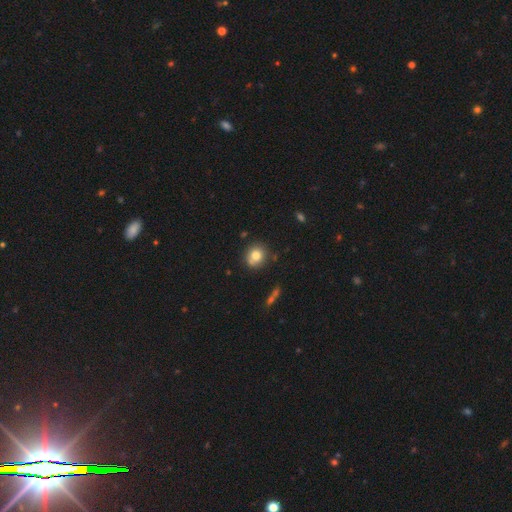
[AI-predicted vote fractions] A smooth galaxy with no disk features (77%) that is round (84%). Merging: none (74%).